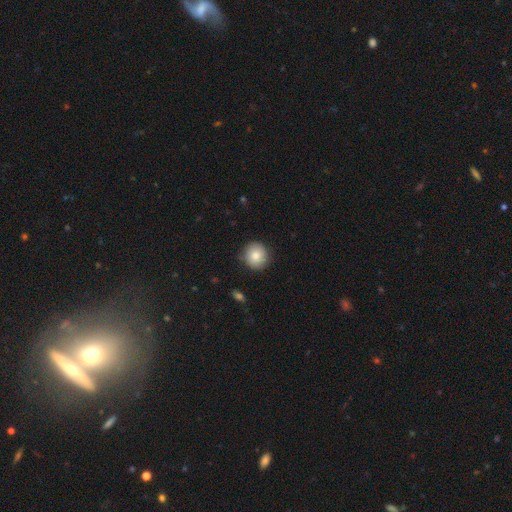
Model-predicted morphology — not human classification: A smooth galaxy with no disk features (84%) that is round (91%).

Vote fractions:
- Smooth or featured? smooth: 84% / featured or disk: 8% / star or artifact: 8%
- How rounded? round: 91% / in between: 8% / cigar-shaped: 1%
- Merging? none: 87% / minor disturbance: 10% / major disturbance: 2% / merger: 1%